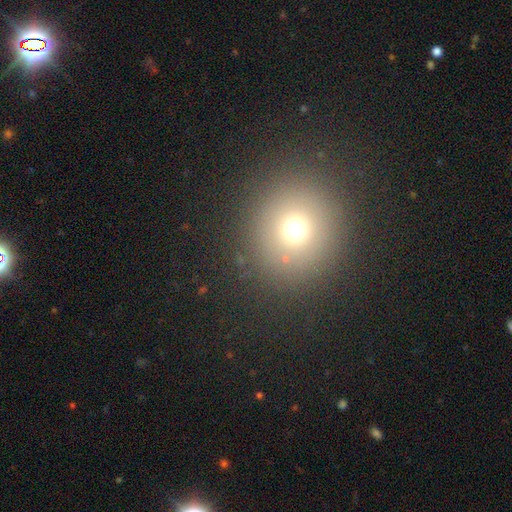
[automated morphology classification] Smooth or featured? smooth (67%)
How rounded? round (90%)
Merging? none (91%)